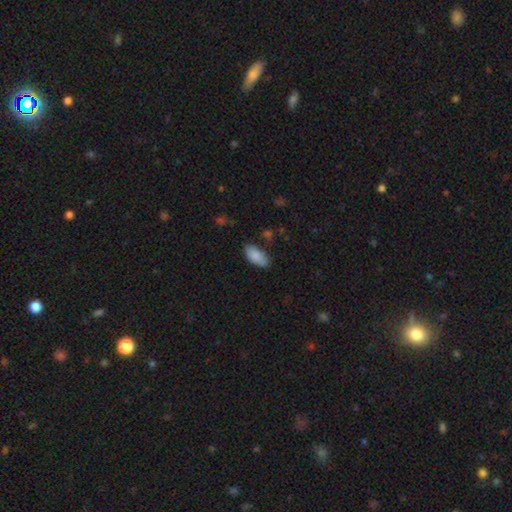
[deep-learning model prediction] smooth_or_featured: smooth (p=0.87) [alt: star or artifact p=0.07]
how_rounded: in between (p=0.92) [alt: cigar-shaped p=0.06]
merging: none (p=0.73) [alt: minor disturbance p=0.20]